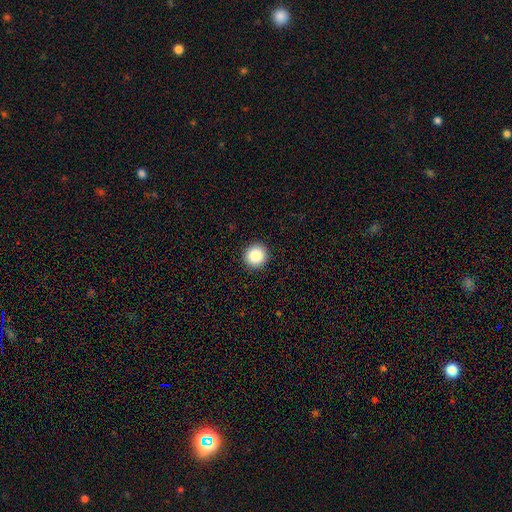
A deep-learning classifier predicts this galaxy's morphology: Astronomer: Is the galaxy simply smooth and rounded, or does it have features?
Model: smooth — 87%.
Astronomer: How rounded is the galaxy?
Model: round — 93%.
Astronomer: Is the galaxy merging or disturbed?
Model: none — 93%.